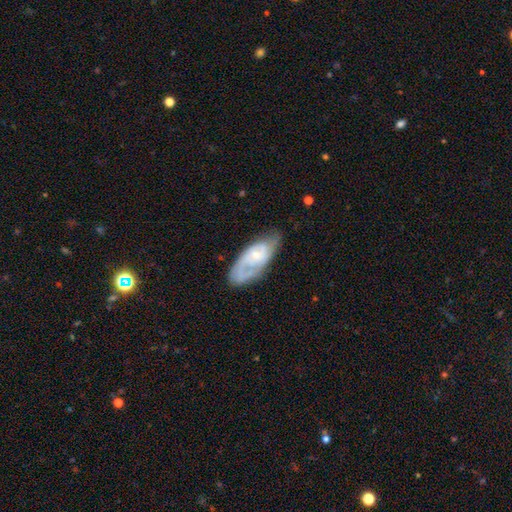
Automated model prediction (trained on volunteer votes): Q: Smooth or featured?
A: featured or disk (67%); runner-up: smooth (27%)
Q: Edge-on disk?
A: no (91%); runner-up: yes (9%)
Q: Bar?
A: no (69%); runner-up: weak (27%)
Q: Spiral arms?
A: yes (81%); runner-up: no (19%)
Q: Bulge size?
A: small (66%); runner-up: moderate (27%)
Q: Merging?
A: none (59%); runner-up: minor disturbance (27%)